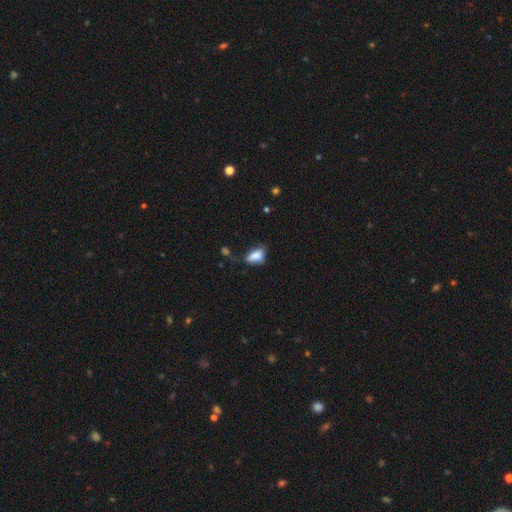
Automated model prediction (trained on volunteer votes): Overall: smooth (77%). How rounded: in between (87%). Merging: none (37%; minor disturbance 36%).